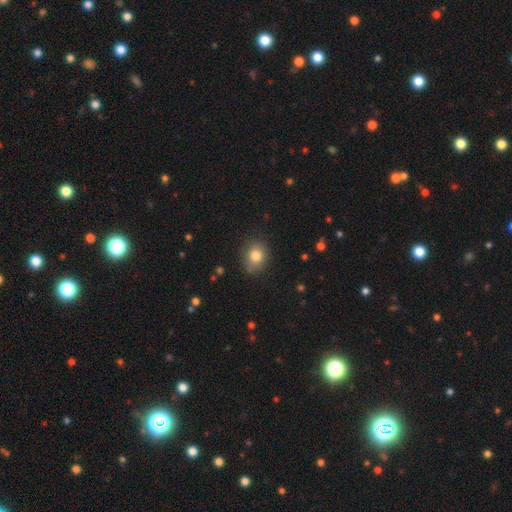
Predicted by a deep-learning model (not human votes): A smooth galaxy with no disk features (81%) that is round (60%). Merging: none (79%).